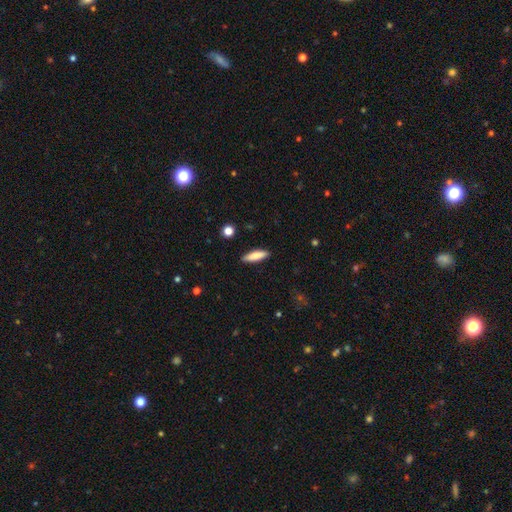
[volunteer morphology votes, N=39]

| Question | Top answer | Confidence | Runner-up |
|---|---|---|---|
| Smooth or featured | smooth | 82% | featured or disk (15%) |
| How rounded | cigar-shaped | 59% | in between (38%) |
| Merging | none | 100% | — |